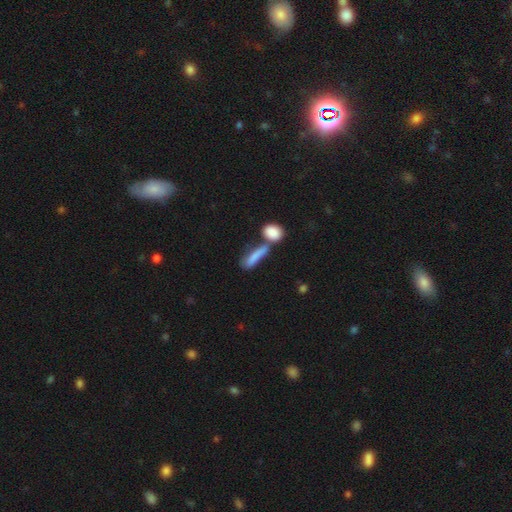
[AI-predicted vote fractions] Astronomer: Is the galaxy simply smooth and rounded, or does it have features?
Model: smooth — 79%.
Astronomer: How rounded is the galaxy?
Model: cigar-shaped — 57% (runner-up: in between, 36%).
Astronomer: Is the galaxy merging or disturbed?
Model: none — 39% (runner-up: merger, 38%).